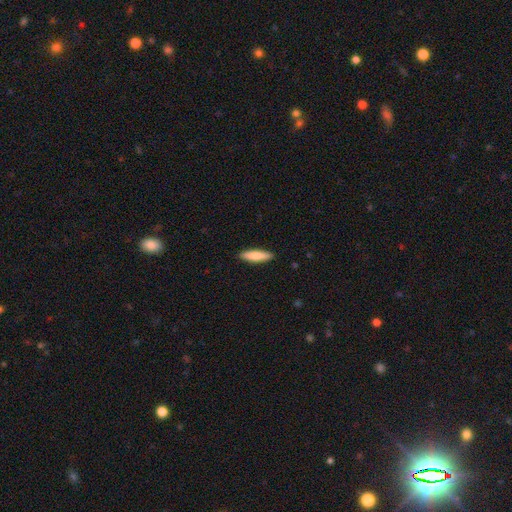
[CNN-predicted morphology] smooth-or-featured: smooth: 79% | featured or disk: 16% | star or artifact: 5%
  how-rounded: cigar-shaped: 71% | in between: 27% | round: 2%
  merging: none: 90% | minor disturbance: 7% | major disturbance: 2% | merger: 1%